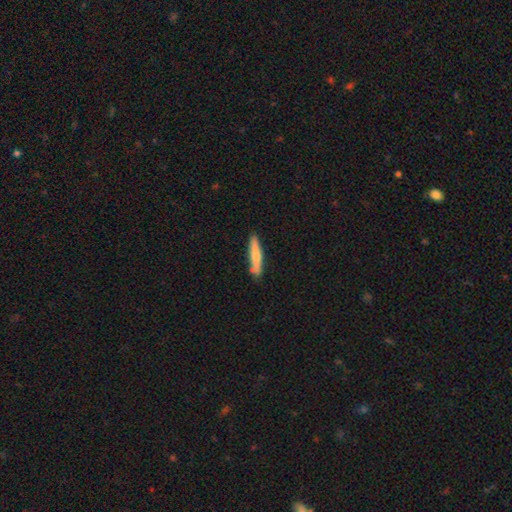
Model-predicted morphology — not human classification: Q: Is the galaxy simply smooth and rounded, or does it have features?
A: smooth — 73%.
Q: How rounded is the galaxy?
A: cigar-shaped — 90%.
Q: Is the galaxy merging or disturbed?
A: none — 81%.